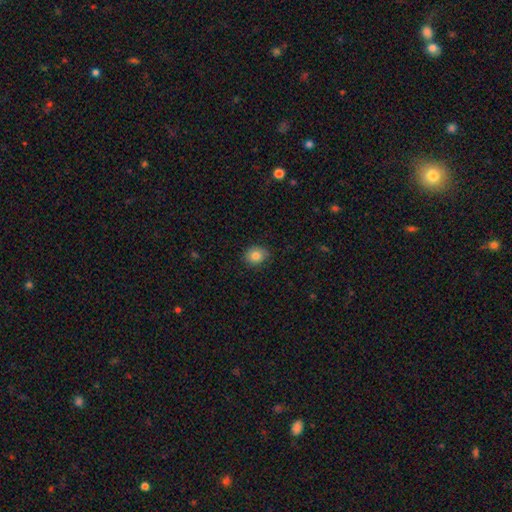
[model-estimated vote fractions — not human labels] Q: Smooth or featured?
A: smooth (82%); runner-up: star or artifact (10%)
Q: How rounded?
A: round (69%); runner-up: in between (31%)
Q: Merging?
A: none (85%); runner-up: minor disturbance (12%)